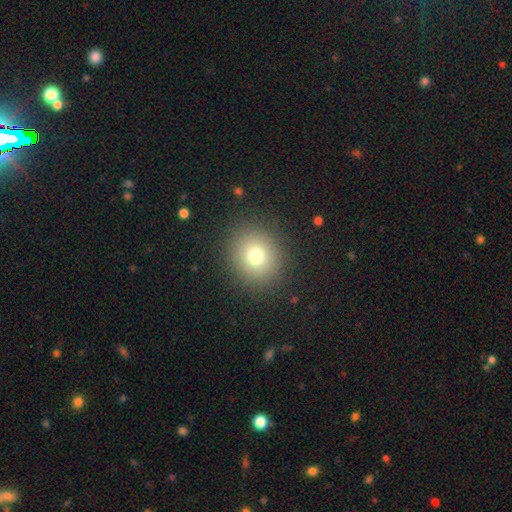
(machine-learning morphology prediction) Smooth or featured?
  - smooth: 75% *
  - star or artifact: 15%
  - featured or disk: 10%
How rounded?
  - round: 83% *
  - in between: 16%
  - cigar-shaped: 1%
Merging?
  - none: 89% *
  - minor disturbance: 7%
  - major disturbance: 4%
  - merger: 1%